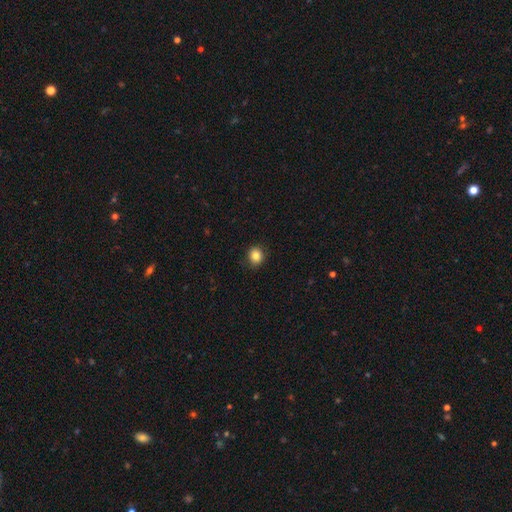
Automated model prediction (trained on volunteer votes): smooth 84%, star or artifact 10%, featured or disk 6%. Down the decision tree: how rounded — round (76%); merging — none (87%).